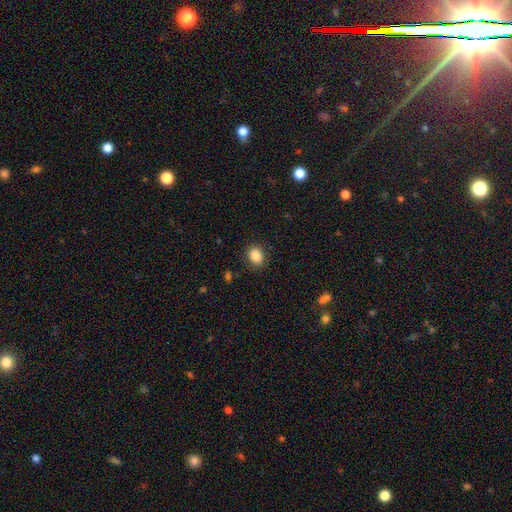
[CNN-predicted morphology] Q: Smooth or featured?
A: smooth (86%); runner-up: star or artifact (9%)
Q: How rounded?
A: in between (51%); runner-up: round (48%)
Q: Merging?
A: none (87%); runner-up: minor disturbance (9%)